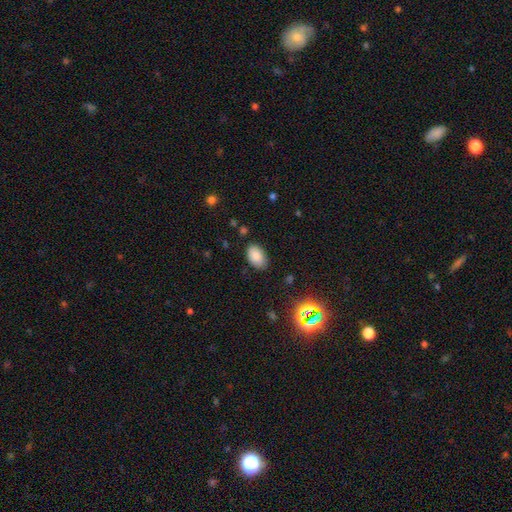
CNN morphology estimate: smooth_or_featured: smooth (p=0.86) [alt: star or artifact p=0.09]
how_rounded: in between (p=0.92) [alt: round p=0.07]
merging: none (p=0.82) [alt: minor disturbance p=0.14]